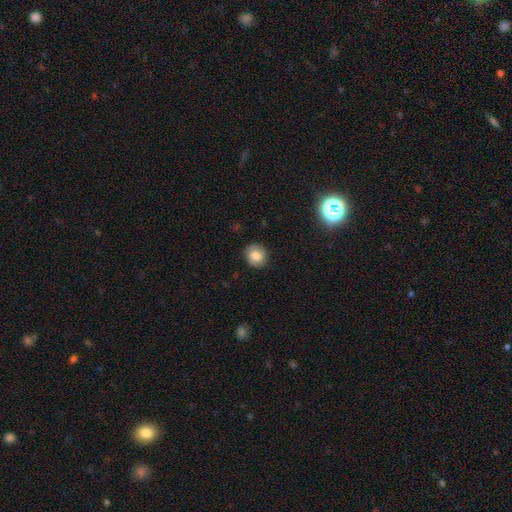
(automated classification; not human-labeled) Overall: smooth (76%). How rounded: round (83%). Merging: none (84%).